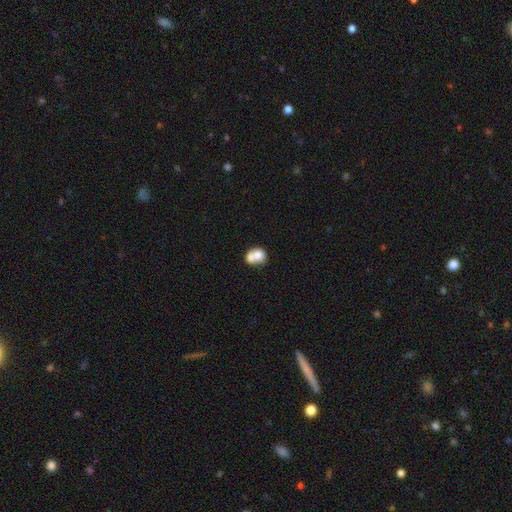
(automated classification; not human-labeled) The model was most divided on "how rounded": round: 58%, in between: 41%, cigar-shaped: 1%. More confident: smooth or featured — smooth (72%); merging — merger (63%).